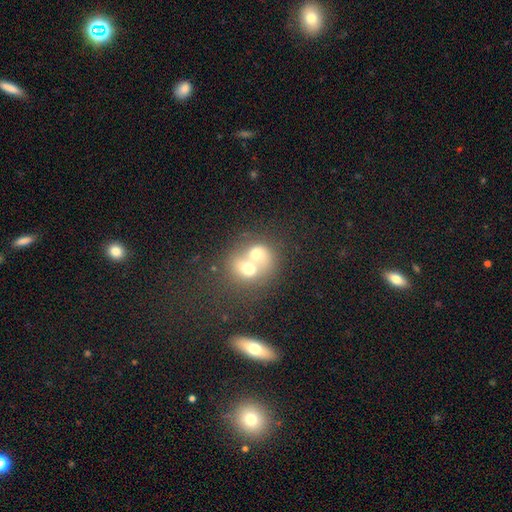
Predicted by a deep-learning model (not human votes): A smooth galaxy with no disk features (57%) that is round (63%). Merging: merger (72%).